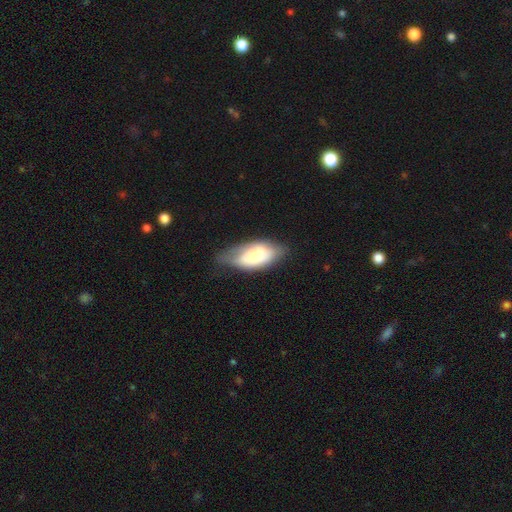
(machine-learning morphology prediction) A smooth galaxy with no disk features (66%) that is in between round and cigar-shaped (91%). Merging: none (51%).